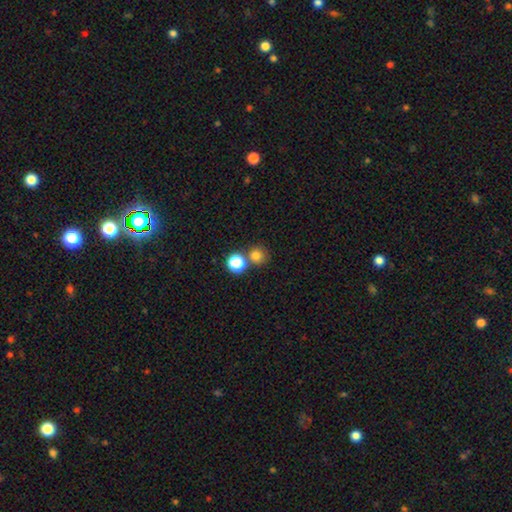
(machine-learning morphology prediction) Smooth or featured? smooth (77%)
How rounded? round (92%)
Merging? none (67%)